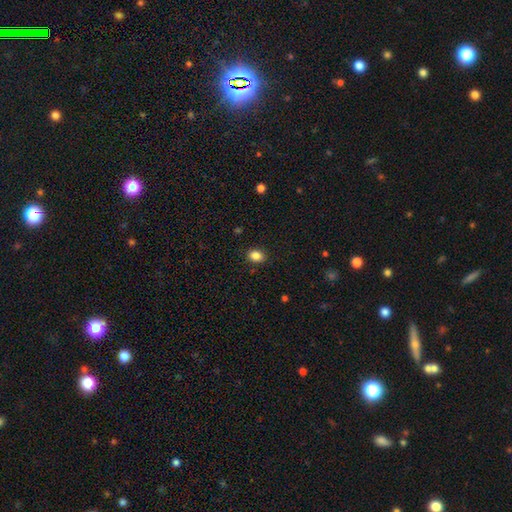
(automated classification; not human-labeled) Smooth or featured? Predicted: smooth (p=0.85). How rounded? Predicted: in between (p=0.64). Merging? Predicted: none (p=0.89).